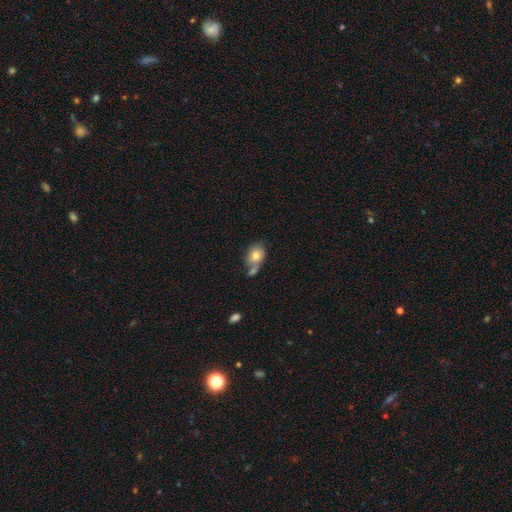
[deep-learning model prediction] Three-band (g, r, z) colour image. It shows a smooth galaxy with no disk features (76%) that is in between round and cigar-shaped (58%). Merging: none (41%).